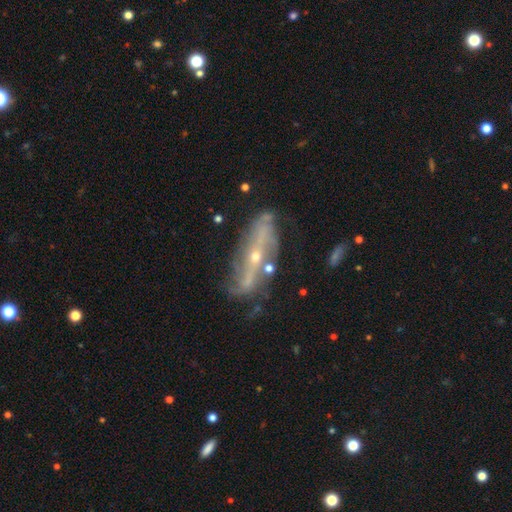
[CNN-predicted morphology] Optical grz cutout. It shows a featured or disk galaxy (79%) with no bar (41%), spiral arms (77%) and a small central bulge (71%). Merging: none (57%).